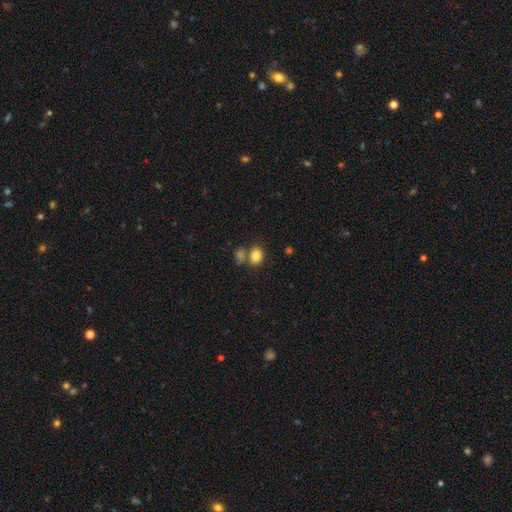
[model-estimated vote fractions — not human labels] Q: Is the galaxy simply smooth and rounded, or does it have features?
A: smooth — 84%.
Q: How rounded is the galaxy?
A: in between — 63%.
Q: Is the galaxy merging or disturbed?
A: none — 53%.